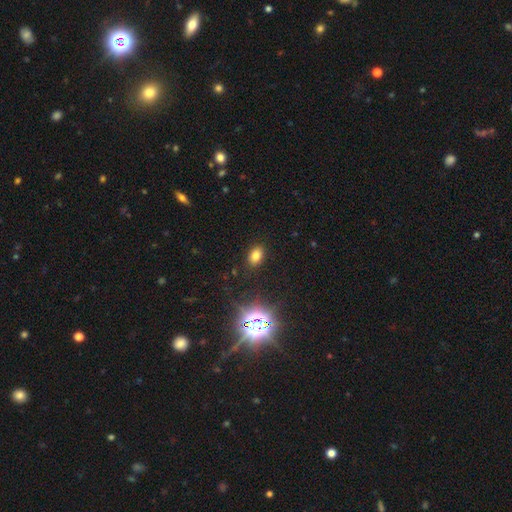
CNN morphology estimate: type=smooth (74%); roundness=in between (82%); merging=none (88%).